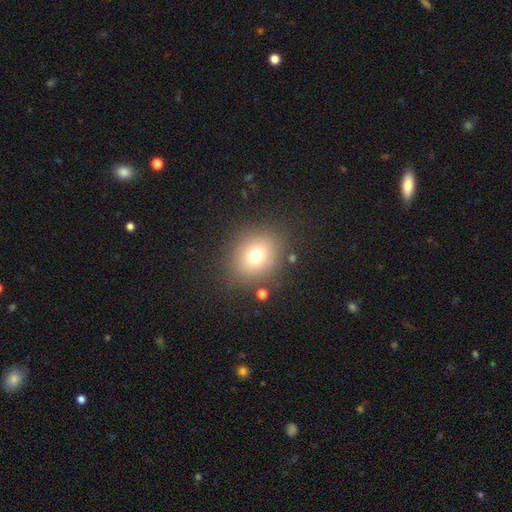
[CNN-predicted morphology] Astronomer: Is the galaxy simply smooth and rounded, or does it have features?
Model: smooth — 71%.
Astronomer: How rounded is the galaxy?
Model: round — 69%.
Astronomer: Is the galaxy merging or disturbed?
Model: none — 83%.